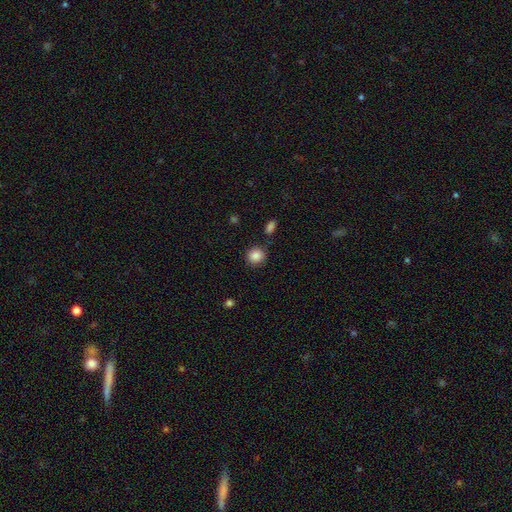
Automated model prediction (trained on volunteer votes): Smooth or featured: smooth — 87% (star or artifact — 9%)
How rounded: round — 89% (in between — 10%)
Merging: none — 85% (minor disturbance — 9%)